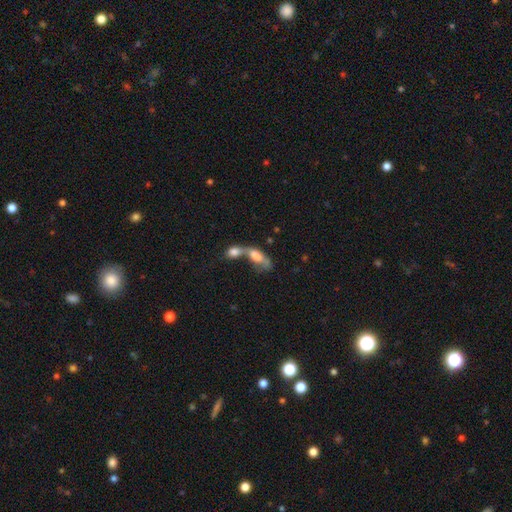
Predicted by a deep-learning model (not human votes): This is likely a smooth galaxy (65%). How rounded: clearly in between (82%). Merging: likely merger (78%).